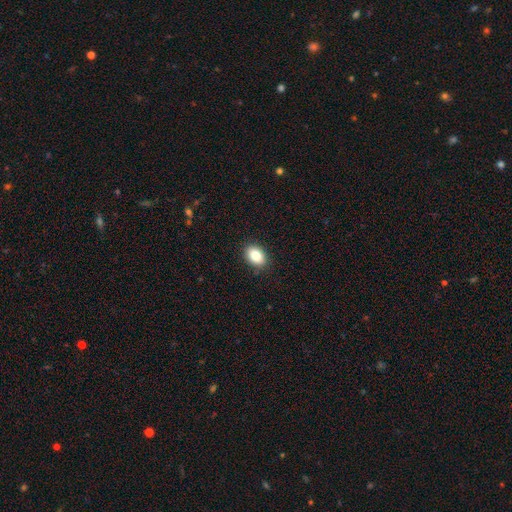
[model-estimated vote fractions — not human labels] This is clearly a smooth galaxy (85%). How rounded: clearly in between (80%). Merging: clearly none (88%).